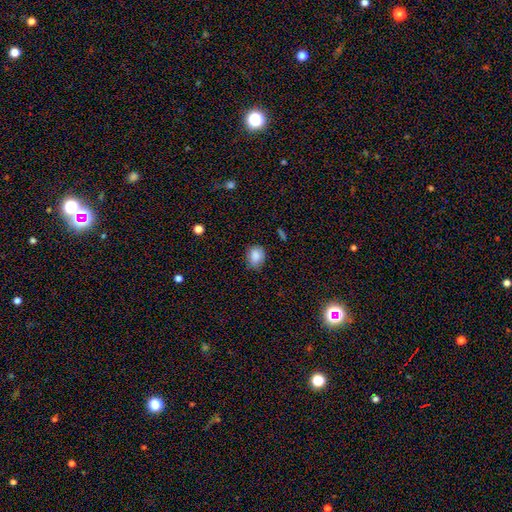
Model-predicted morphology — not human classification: Smooth or featured? Predicted: smooth (p=0.86). How rounded? Predicted: in between (p=0.51). Merging? Predicted: none (p=0.74).